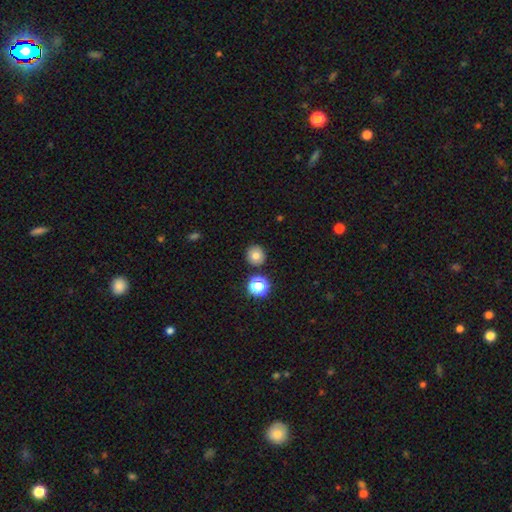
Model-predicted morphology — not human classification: smooth-or-featured: smooth: 74% | star or artifact: 15% | featured or disk: 11%
  how-rounded: round: 93% | in between: 6% | cigar-shaped: 1%
  merging: none: 87% | minor disturbance: 6% | merger: 4% | major disturbance: 2%